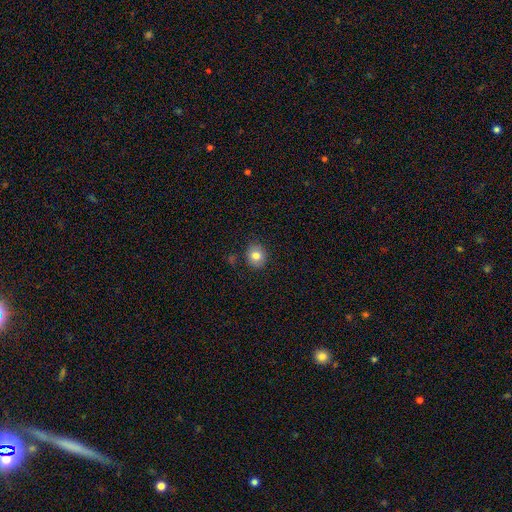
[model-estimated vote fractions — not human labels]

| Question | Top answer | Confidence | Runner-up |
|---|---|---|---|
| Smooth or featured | smooth | 80% | star or artifact (10%) |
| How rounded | round | 75% | in between (24%) |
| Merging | none | 86% | minor disturbance (9%) |